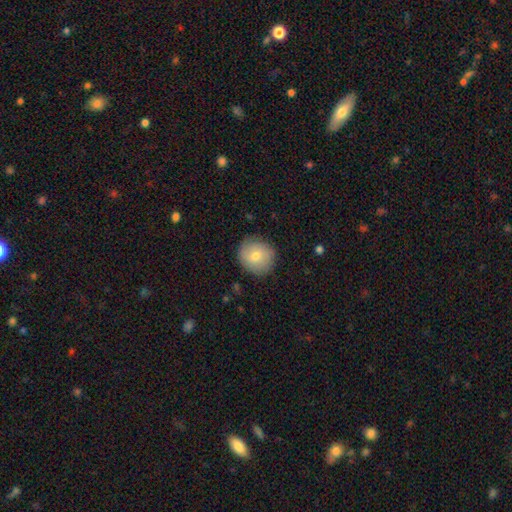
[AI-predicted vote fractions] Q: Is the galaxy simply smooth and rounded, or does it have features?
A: smooth — 73%.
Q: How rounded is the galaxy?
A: round — 89%.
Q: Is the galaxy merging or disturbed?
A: none — 86%.